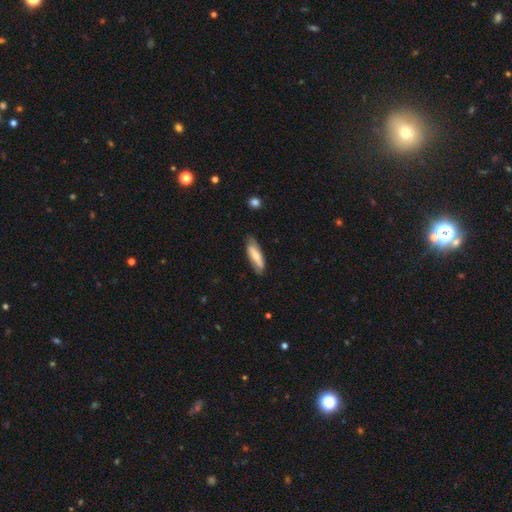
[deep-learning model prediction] Smooth or featured? Predicted: smooth (p=0.65). How rounded? Predicted: cigar-shaped (p=0.52). Merging? Predicted: none (p=0.76).